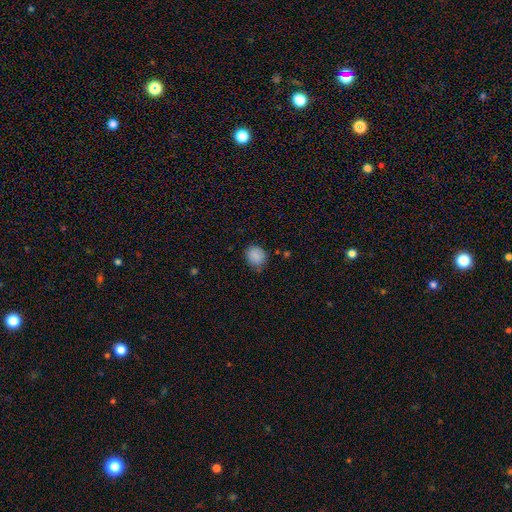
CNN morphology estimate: smooth_or_featured: smooth (p=0.86) [alt: star or artifact p=0.09]
how_rounded: round (p=0.65) [alt: in between p=0.34]
merging: none (p=0.72) [alt: minor disturbance p=0.22]